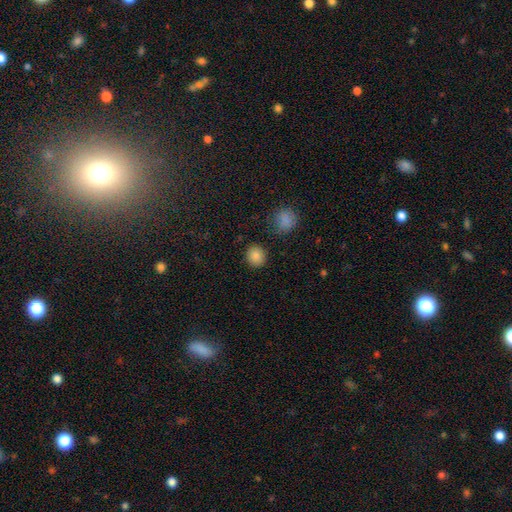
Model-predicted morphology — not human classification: Smooth or featured? smooth (86%)
How rounded? round (80%)
Merging? none (88%)